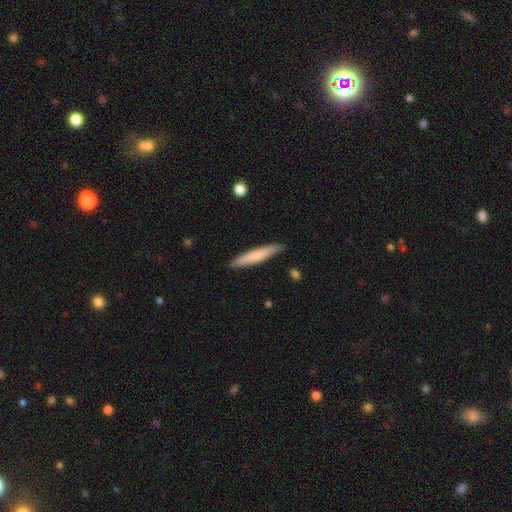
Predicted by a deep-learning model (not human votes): This appears to be a smooth galaxy with no disk features (71%) that is cigar-shaped (93%). Merging: none (89%).